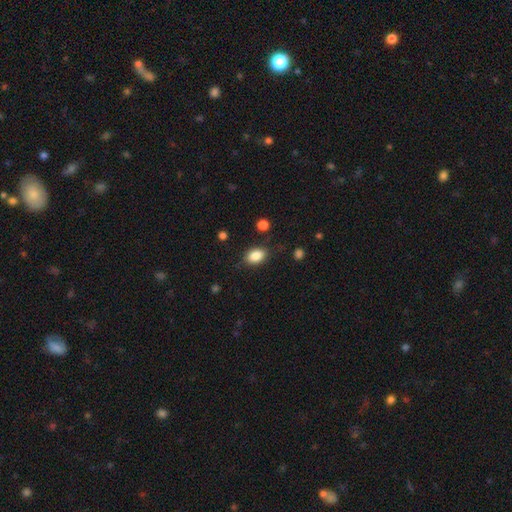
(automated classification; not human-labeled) A smooth galaxy with no disk features (86%) that is in between round and cigar-shaped (84%).

Vote fractions:
- Smooth or featured? smooth: 86% / star or artifact: 8% / featured or disk: 6%
- How rounded? in between: 84% / round: 15% / cigar-shaped: 1%
- Merging? none: 82% / minor disturbance: 13% / major disturbance: 3% / merger: 2%